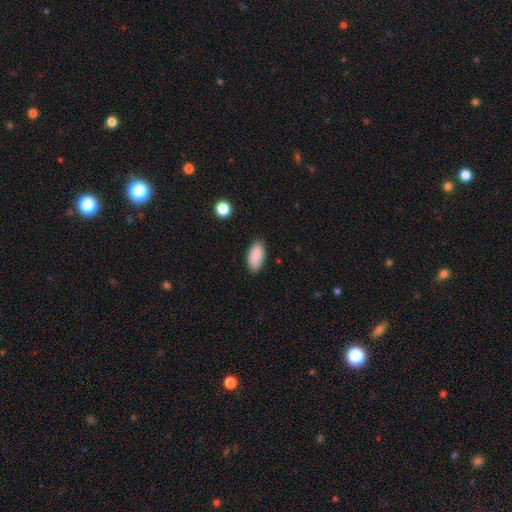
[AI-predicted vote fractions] Q: Smooth or featured?
A: smooth (90%); runner-up: star or artifact (7%)
Q: How rounded?
A: in between (91%); runner-up: cigar-shaped (7%)
Q: Merging?
A: none (86%); runner-up: minor disturbance (10%)